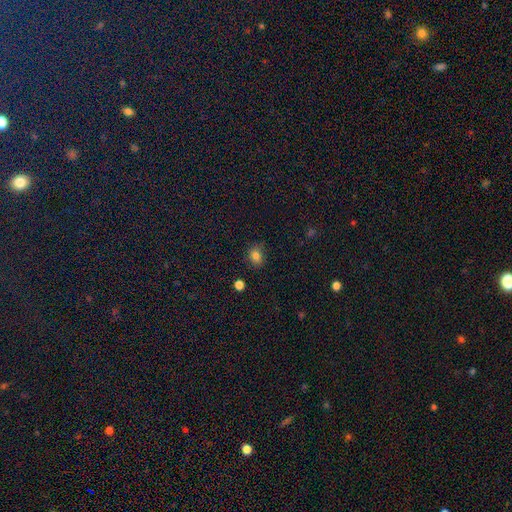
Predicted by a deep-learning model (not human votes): Overall: smooth (81%). How rounded: round (59%; in between 40%). Merging: none (79%).